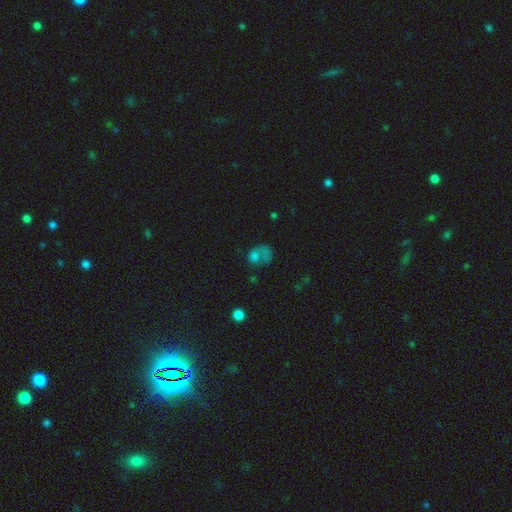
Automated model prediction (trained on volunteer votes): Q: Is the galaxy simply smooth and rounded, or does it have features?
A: smooth — 53%.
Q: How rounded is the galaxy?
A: round — 54%.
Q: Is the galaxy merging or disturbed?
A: major disturbance — 35%.